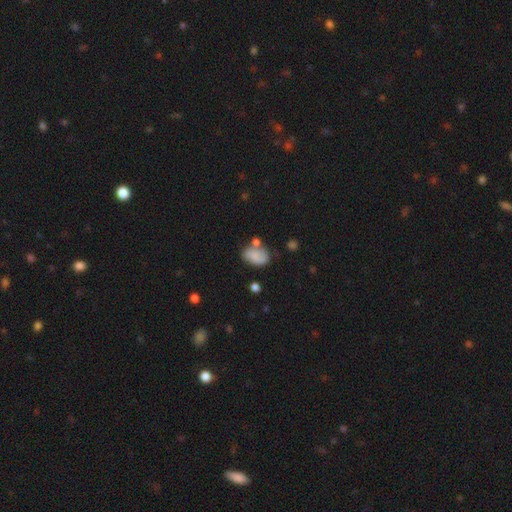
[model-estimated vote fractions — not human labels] smooth 69%, featured or disk 22%, star or artifact 9%. Down the decision tree: how rounded — in between (82%); merging — none (51%).